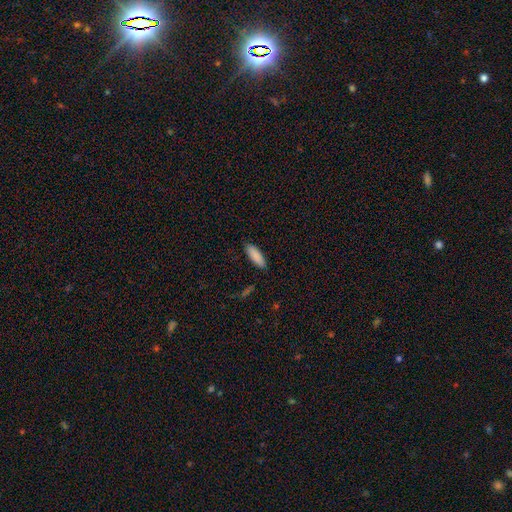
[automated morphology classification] Smooth or featured?
  - smooth: 88% *
  - star or artifact: 6%
  - featured or disk: 5%
How rounded?
  - in between: 55% *
  - cigar-shaped: 43%
  - round: 1%
Merging?
  - none: 88% *
  - minor disturbance: 9%
  - major disturbance: 2%
  - merger: 1%